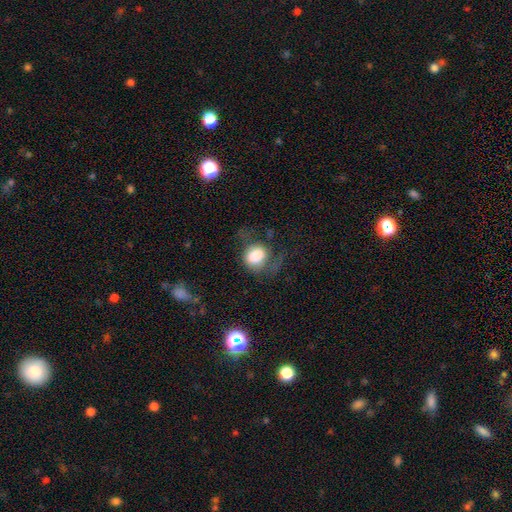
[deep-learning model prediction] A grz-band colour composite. It shows a smooth galaxy with no disk features (76%) that is round (59%). Merging: major disturbance (36%).